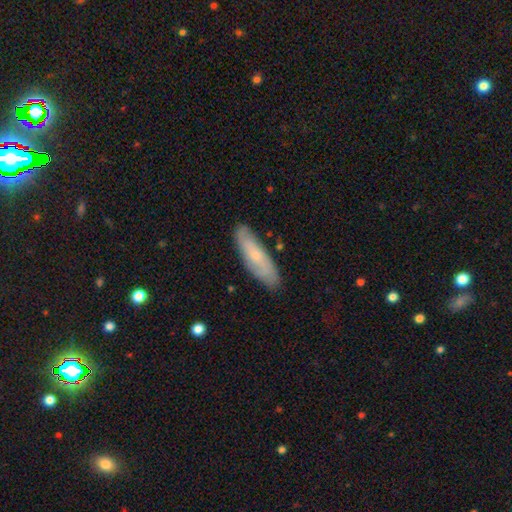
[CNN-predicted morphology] This appears to be a smooth galaxy with no disk features (56%) that is cigar-shaped (60%). Merging: none (84%).